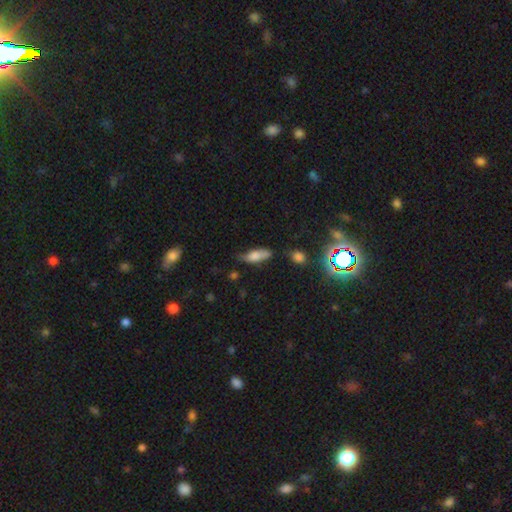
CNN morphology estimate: The model was most divided on "merging": none: 52%, minor disturbance: 33%, major disturbance: 10%, merger: 6%. More confident: smooth or featured — smooth (69%); how rounded — in between (62%).